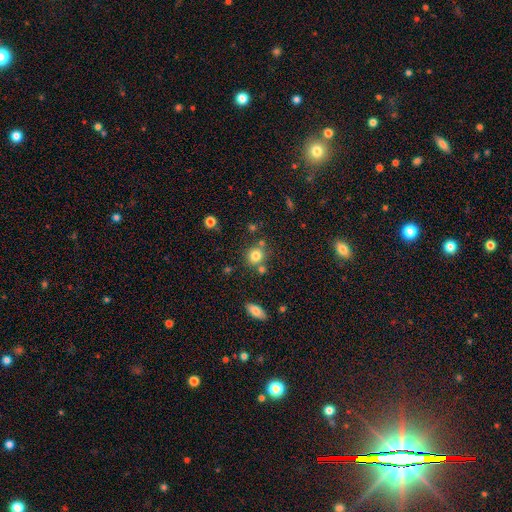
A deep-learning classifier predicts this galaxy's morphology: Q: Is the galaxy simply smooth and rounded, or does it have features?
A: smooth — 80%.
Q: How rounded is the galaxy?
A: round — 82%.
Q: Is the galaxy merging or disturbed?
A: none — 70%.